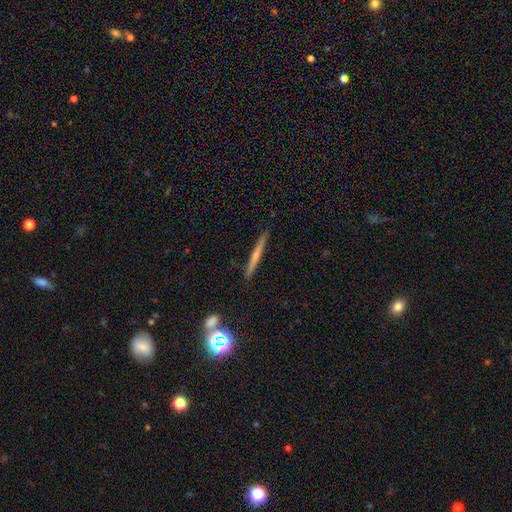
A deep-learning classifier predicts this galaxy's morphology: A smooth galaxy with no disk features (52%) that is cigar-shaped (95%).

Vote fractions:
- Smooth or featured? smooth: 52% / featured or disk: 40% / star or artifact: 8%
- How rounded? cigar-shaped: 95% / in between: 3% / round: 2%
- Merging? none: 88% / minor disturbance: 8% / merger: 2% / major disturbance: 2%